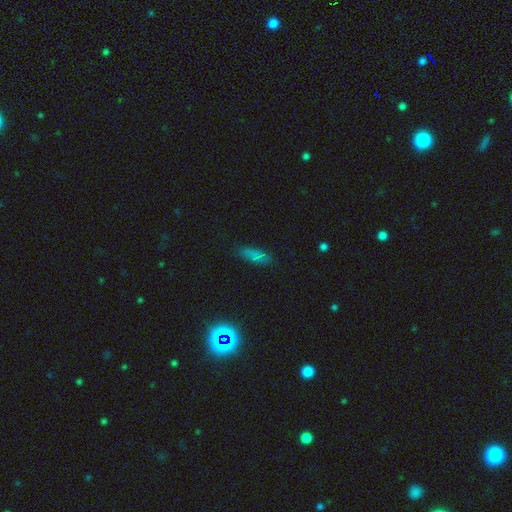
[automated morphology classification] A smooth galaxy with no disk features (74%) that is in between round and cigar-shaped (69%). Merging: none (79%).